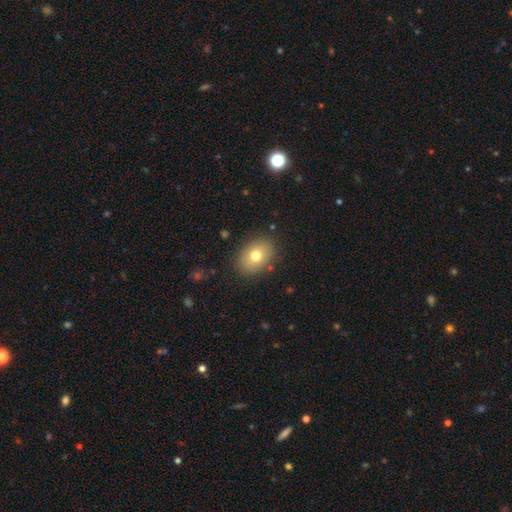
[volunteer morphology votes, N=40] This is clearly a smooth galaxy (85%). How rounded: likely in between (79%). Merging: clearly none (89%).